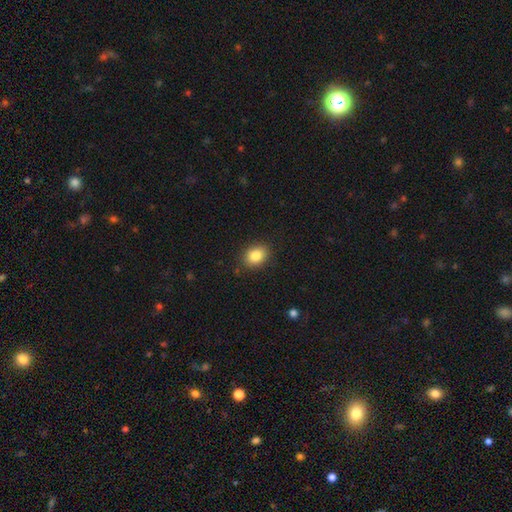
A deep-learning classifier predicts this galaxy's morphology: The model was most divided on "how rounded": in between: 51%, round: 48%, cigar-shaped: 1%. More confident: merging — none (87%); smooth or featured — smooth (85%).